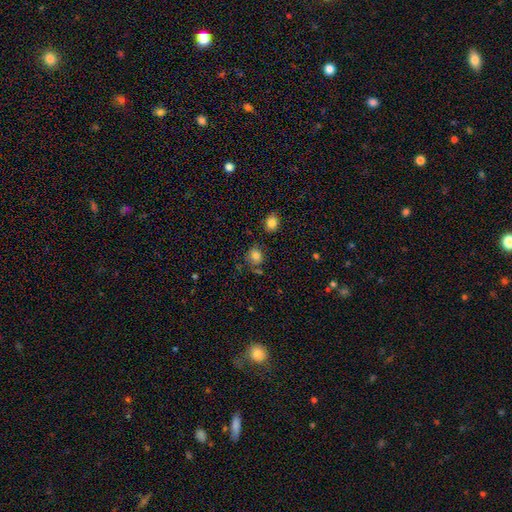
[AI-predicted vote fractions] Smooth or featured?
  - smooth: 81% *
  - star or artifact: 12%
  - featured or disk: 7%
How rounded?
  - round: 69% *
  - in between: 30%
  - cigar-shaped: 1%
Merging?
  - none: 68% *
  - minor disturbance: 18%
  - merger: 8%
  - major disturbance: 6%